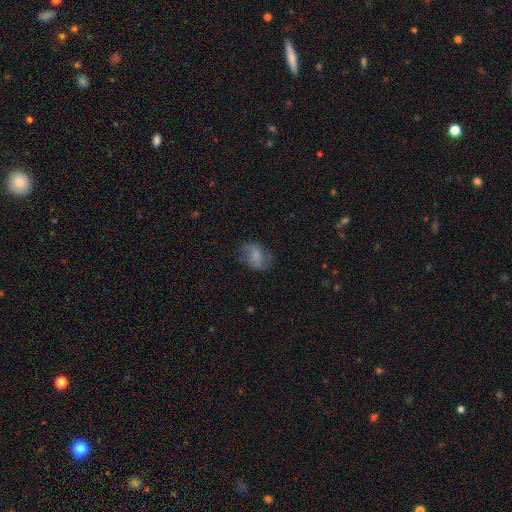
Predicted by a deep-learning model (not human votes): Smooth or featured? smooth (57%)
How rounded? in between (70%)
Merging? none (60%)